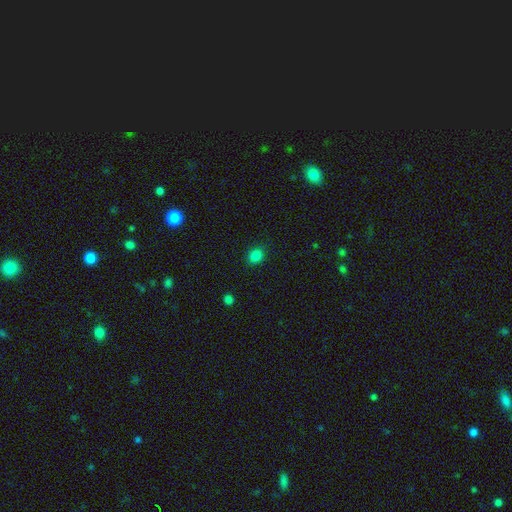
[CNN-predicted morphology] This appears to be a smooth galaxy with no disk features (83%) that is round (54%). Merging: none (87%).